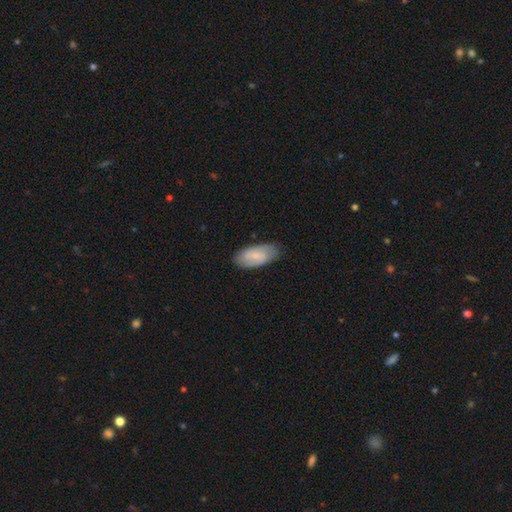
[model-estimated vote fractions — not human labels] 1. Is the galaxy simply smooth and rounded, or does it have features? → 47% smooth (tied), 47% featured or disk (tied), 6% star or artifact.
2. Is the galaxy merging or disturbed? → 80% none, 16% minor disturbance, 3% major disturbance, 1% merger.